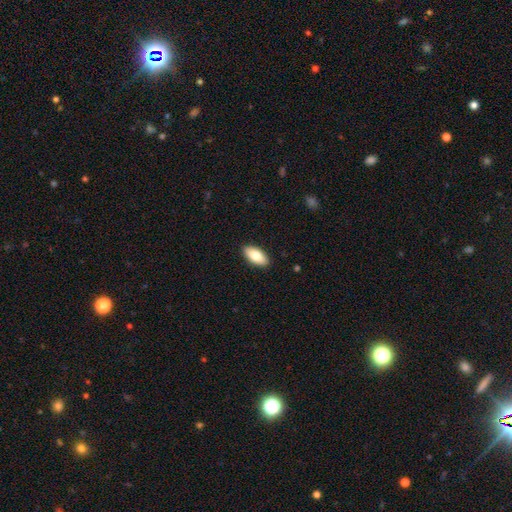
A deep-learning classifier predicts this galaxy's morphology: smooth_or_featured: smooth (p=0.81) [alt: featured or disk p=0.13]
how_rounded: in between (p=0.92) [alt: cigar-shaped p=0.06]
merging: none (p=0.90) [alt: minor disturbance p=0.07]